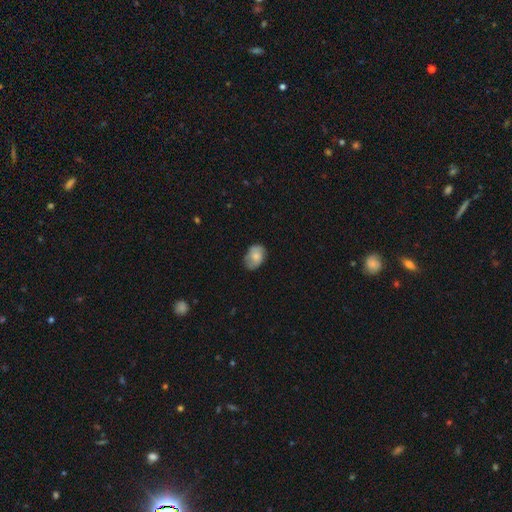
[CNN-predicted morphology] Smooth or featured?
  - smooth: 71% *
  - featured or disk: 22%
  - star or artifact: 8%
How rounded?
  - in between: 78% *
  - round: 21%
  - cigar-shaped: 1%
Merging?
  - none: 69% *
  - minor disturbance: 24%
  - major disturbance: 6%
  - merger: 1%